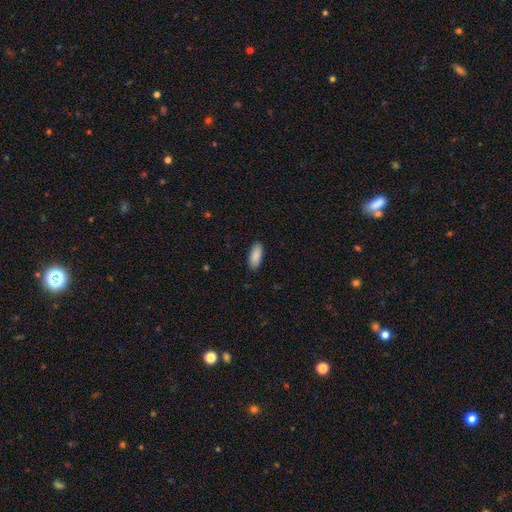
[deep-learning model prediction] Smooth or featured? Predicted: smooth (p=0.90). How rounded? Predicted: in between (p=0.83). Merging? Predicted: none (p=0.89).